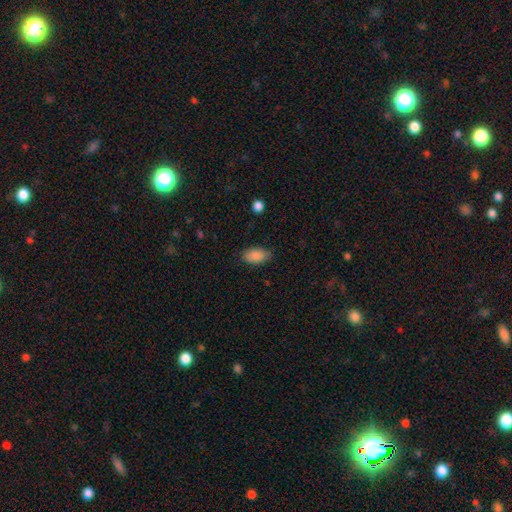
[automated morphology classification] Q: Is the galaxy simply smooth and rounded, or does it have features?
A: smooth — 88%.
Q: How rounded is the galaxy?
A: in between — 93%.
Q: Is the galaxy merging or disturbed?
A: none — 83%.